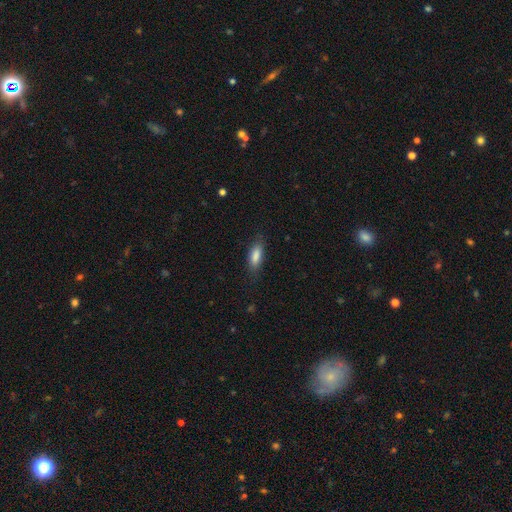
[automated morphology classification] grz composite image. It shows a smooth galaxy with no disk features (83%) that is in between round and cigar-shaped (64%). Merging: none (80%).